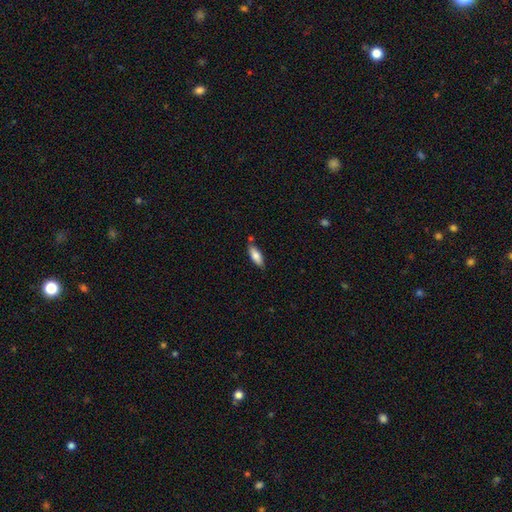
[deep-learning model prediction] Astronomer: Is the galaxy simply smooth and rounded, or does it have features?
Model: smooth — 76%.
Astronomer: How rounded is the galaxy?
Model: in between — 62%.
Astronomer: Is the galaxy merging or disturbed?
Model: none — 75%.